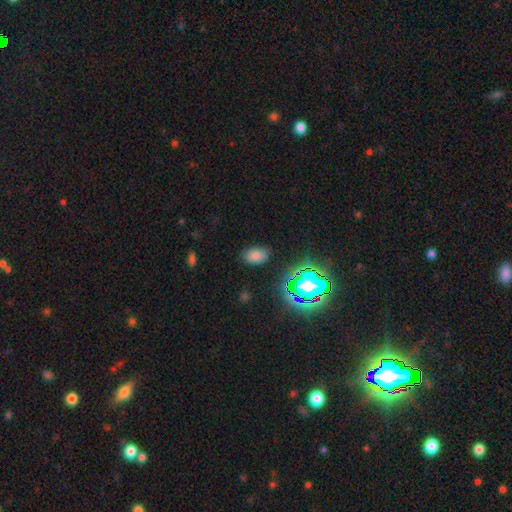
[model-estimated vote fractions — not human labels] Smooth or featured: smooth — 71% (star or artifact — 21%)
How rounded: in between — 87% (round — 12%)
Merging: none — 82% (minor disturbance — 12%)